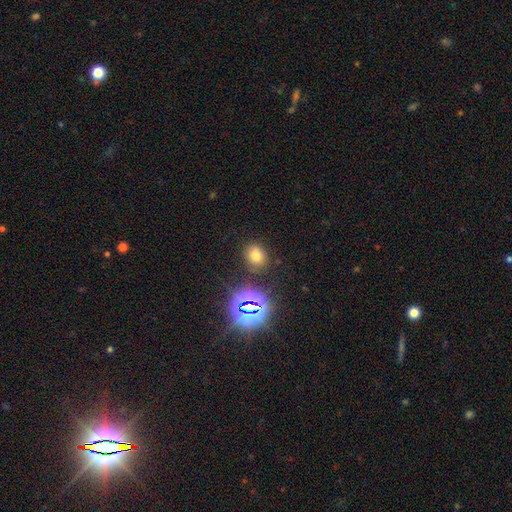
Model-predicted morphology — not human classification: The model was most divided on "how rounded": round: 60%, in between: 38%, cigar-shaped: 1%. More confident: merging — none (82%); smooth or featured — smooth (67%).